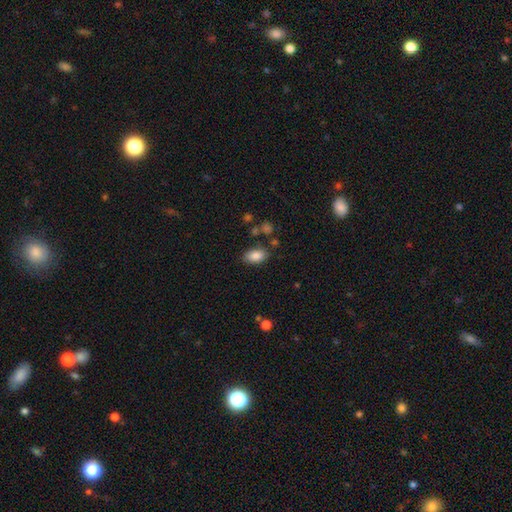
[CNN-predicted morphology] Smooth or featured?
  - smooth: 86% *
  - star or artifact: 8%
  - featured or disk: 6%
How rounded?
  - in between: 91% *
  - round: 8%
  - cigar-shaped: 2%
Merging?
  - none: 79% *
  - minor disturbance: 13%
  - merger: 4%
  - major disturbance: 4%